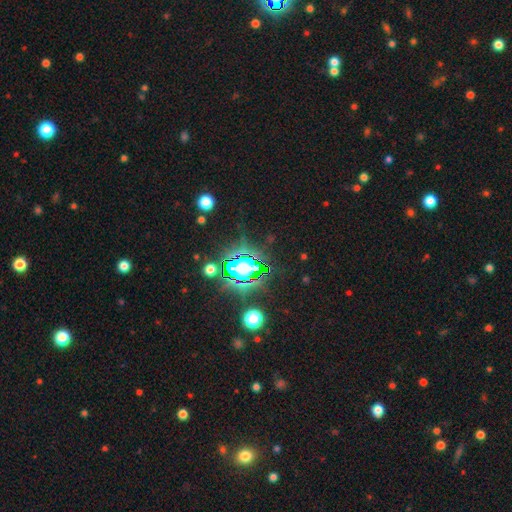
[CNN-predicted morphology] The model was most divided on "smooth or featured": star or artifact: 75%, smooth: 15%, featured or disk: 10%.